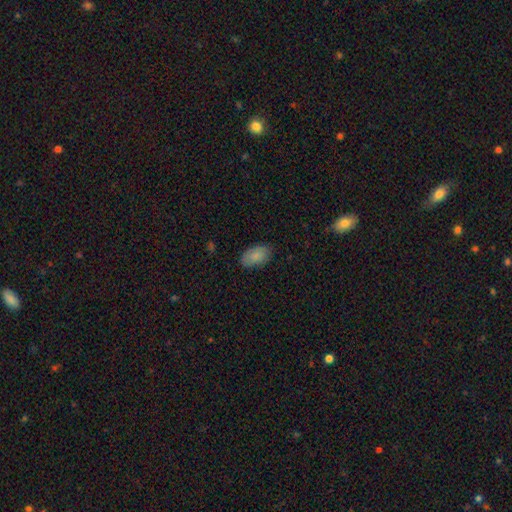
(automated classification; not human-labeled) This appears to be a smooth galaxy with no disk features (86%) that is in between round and cigar-shaped (94%). Merging: none (83%).